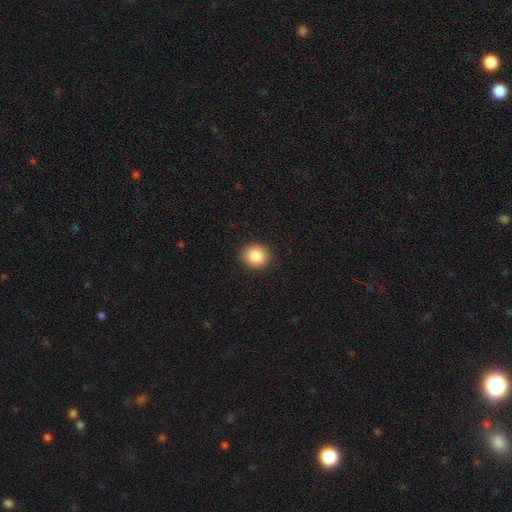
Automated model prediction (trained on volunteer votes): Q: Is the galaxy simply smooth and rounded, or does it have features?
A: smooth — 87%.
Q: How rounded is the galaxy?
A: round — 80%.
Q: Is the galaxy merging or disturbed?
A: none — 91%.